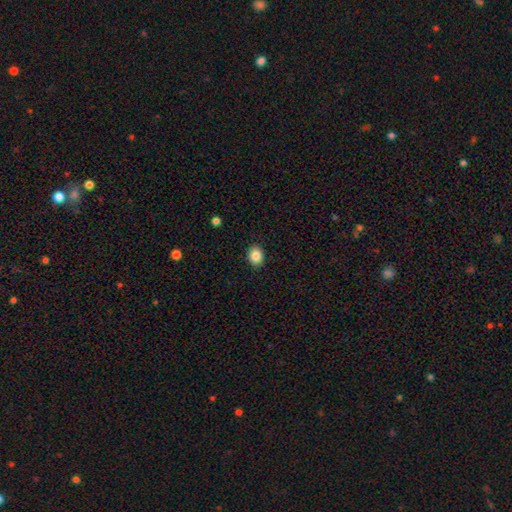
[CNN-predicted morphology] A smooth galaxy with no disk features (86%) that is in between round and cigar-shaped (57%). Merging: none (90%).